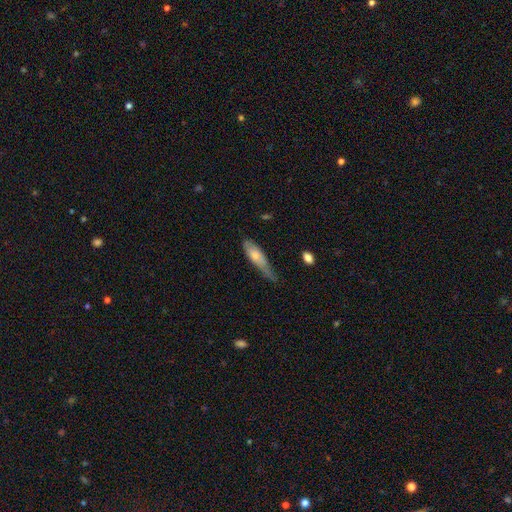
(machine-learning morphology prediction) A smooth galaxy with no disk features (65%) that is cigar-shaped (51%). Merging: minor disturbance (44%).